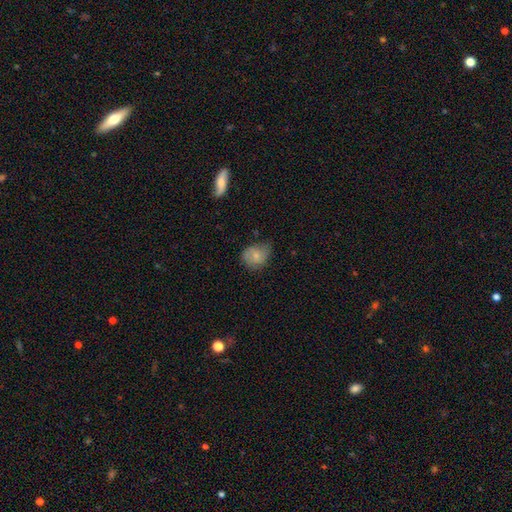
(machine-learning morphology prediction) Smooth or featured: smooth — 65% (featured or disk — 27%)
How rounded: round — 58% (in between — 41%)
Merging: none — 52% (minor disturbance — 35%)